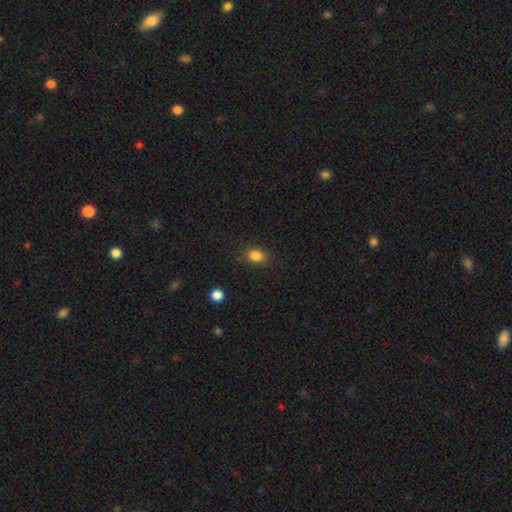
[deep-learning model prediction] Morphology: type=smooth (84%); roundness=in between (59%); merging=none (83%).